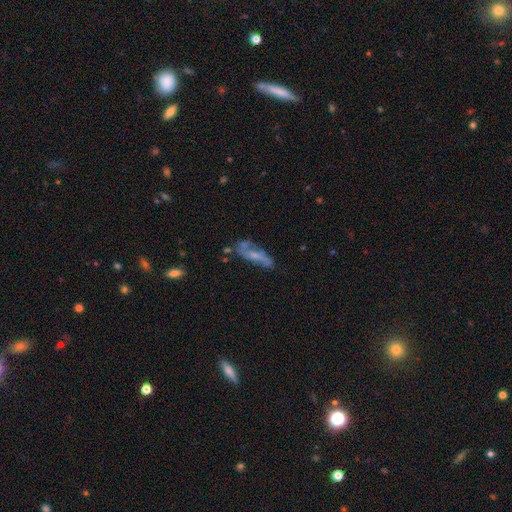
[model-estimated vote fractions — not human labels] A featured or disk galaxy (55%).

Vote fractions:
- Smooth or featured? featured or disk: 55% / smooth: 37% / star or artifact: 8%
- Edge-on disk? no: 74% / yes: 26%
- Merging? none: 49% / minor disturbance: 24% / major disturbance: 15% / merger: 12%